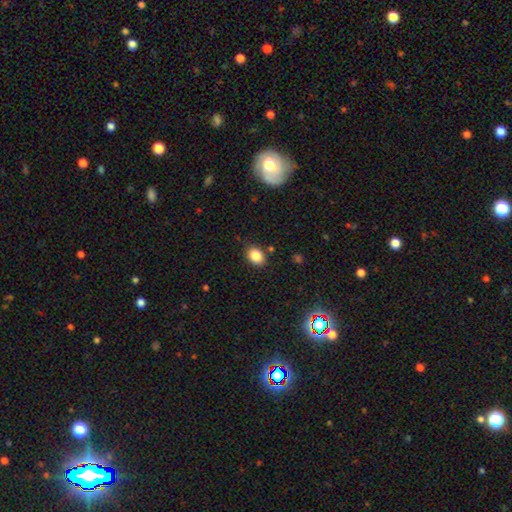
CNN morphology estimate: This appears to be a smooth galaxy with no disk features (85%) that is in between round and cigar-shaped (67%). Merging: none (85%).